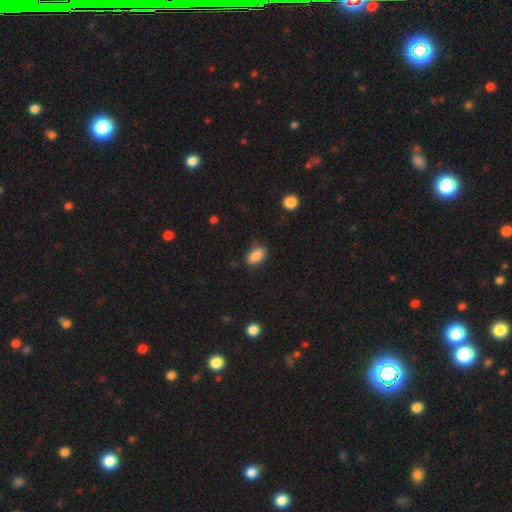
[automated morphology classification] This appears to be a smooth galaxy with no disk features (85%) that is in between round and cigar-shaped (89%). Merging: none (76%).